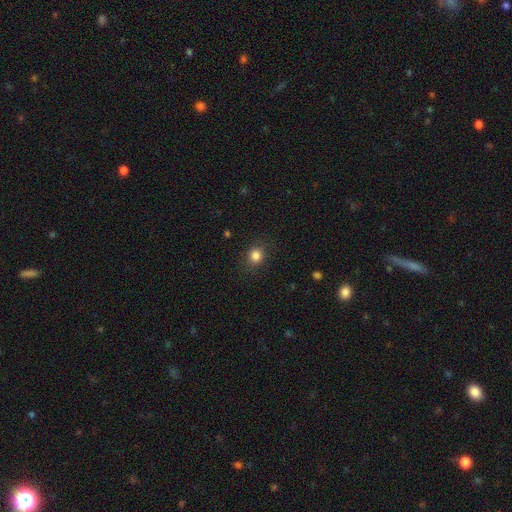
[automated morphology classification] Smooth or featured: smooth — 84% (star or artifact — 11%)
How rounded: round — 76% (in between — 23%)
Merging: none — 86% (minor disturbance — 10%)